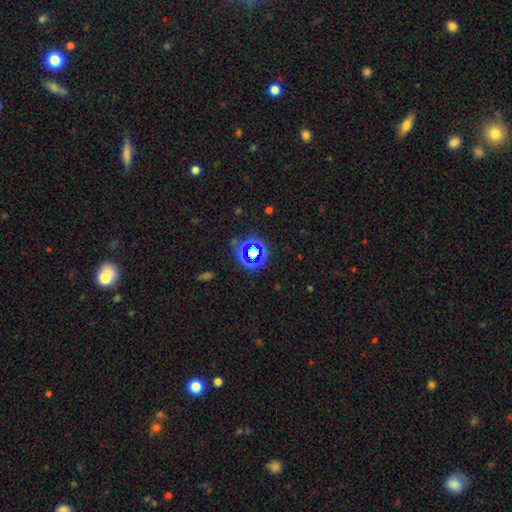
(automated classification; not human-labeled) Q: Smooth or featured?
A: star or artifact (60%); runner-up: smooth (28%)